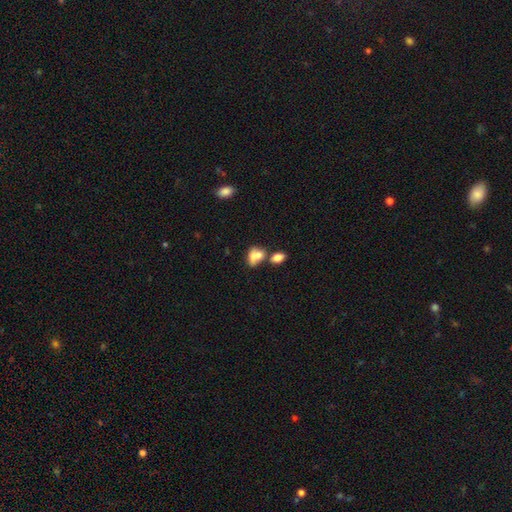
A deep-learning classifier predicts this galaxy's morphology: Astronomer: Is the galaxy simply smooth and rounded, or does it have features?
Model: smooth — 72%.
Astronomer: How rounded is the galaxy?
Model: in between — 77%.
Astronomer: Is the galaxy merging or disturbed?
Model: merger — 56%.